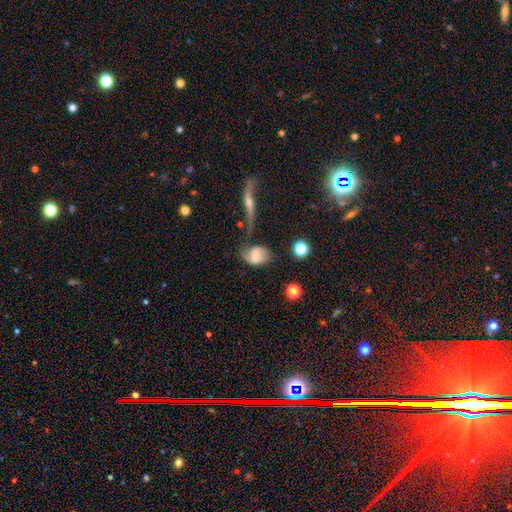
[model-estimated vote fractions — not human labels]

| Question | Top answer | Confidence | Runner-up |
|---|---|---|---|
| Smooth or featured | featured or disk | 48% | smooth (41%) |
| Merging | none | 39% | minor disturbance (23%) |